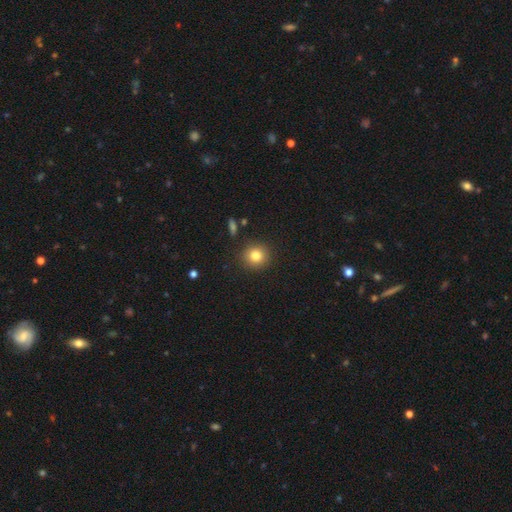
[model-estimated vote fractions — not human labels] This is clearly a smooth galaxy (81%). How rounded: clearly round (90%). Merging: clearly none (90%).